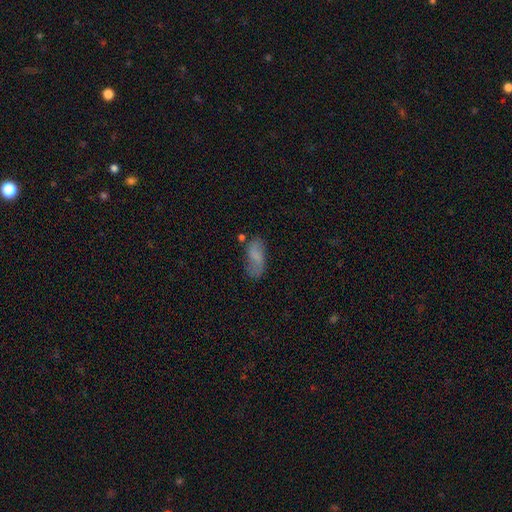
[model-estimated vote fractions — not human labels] The model was most divided on "smooth or featured": smooth: 62%, featured or disk: 29%, star or artifact: 10%. More confident: how rounded — in between (85%); merging — none (59%).